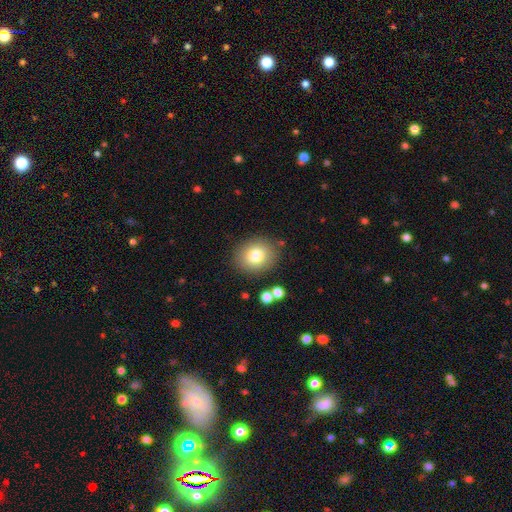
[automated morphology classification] This appears to be a smooth galaxy with no disk features (78%) that is round (64%). Merging: none (84%).